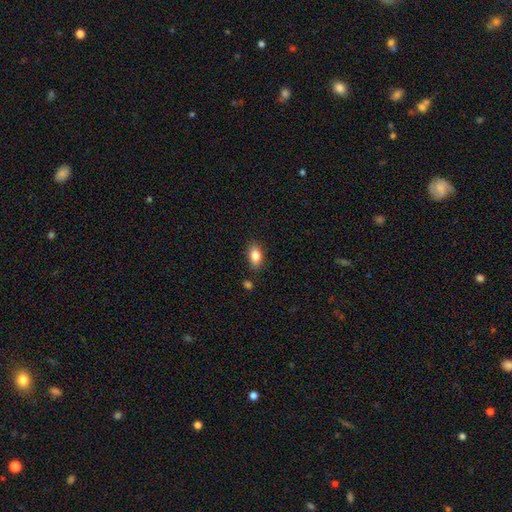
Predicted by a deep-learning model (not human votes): The model was most divided on "merging": none: 83%, minor disturbance: 11%, merger: 3%, major disturbance: 3%. More confident: how rounded — in between (88%); smooth or featured — smooth (85%).